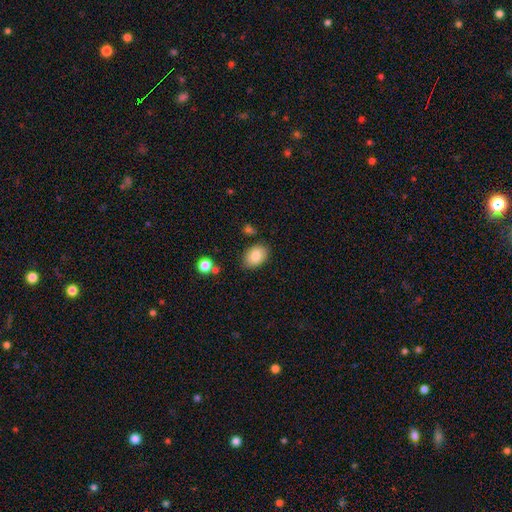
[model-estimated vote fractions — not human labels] Overall: smooth (84%). How rounded: in between (83%). Merging: none (81%).